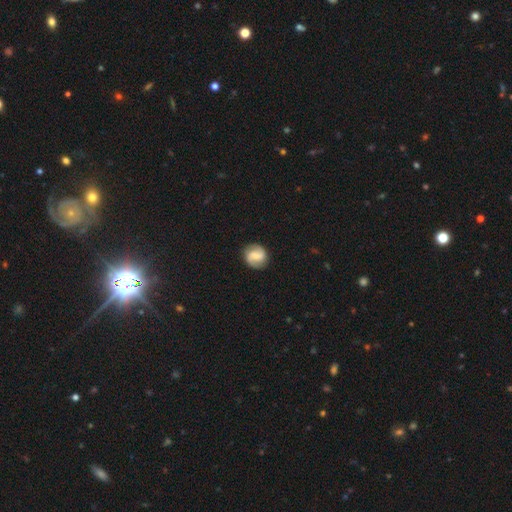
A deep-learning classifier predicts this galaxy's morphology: smooth-or-featured: featured or disk: 69% | smooth: 25% | star or artifact: 6%
  disk-edge-on: no: 98% | yes: 2%
    bar: weak: 49% | no: 28% | strong: 23%
    has-spiral-arms: yes: 94% | no: 6%
      spiral-winding: medium: 45% | loose: 30% | tight: 25%
      spiral-arm-count: 2: 91% | can't tell: 4% | 1: 2% | 3: 2% | 4: 1% | more than 4: 1%
    bulge-size: small: 37% | moderate: 29% | none: 25% | large: 7% | dominant: 2%
  merging: none: 86% | minor disturbance: 10% | major disturbance: 3% | merger: 1%